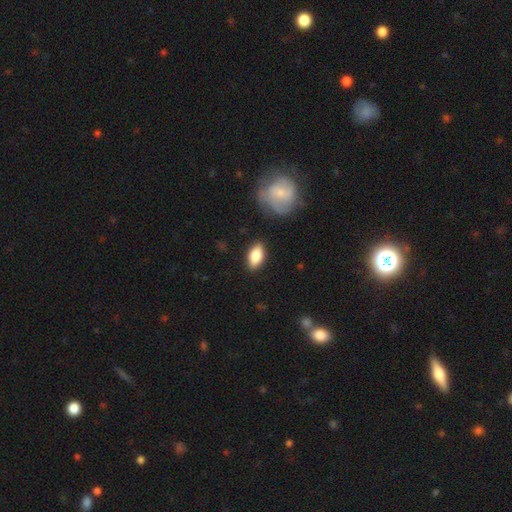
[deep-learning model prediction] The model was most divided on "smooth or featured": smooth: 80%, featured or disk: 13%, star or artifact: 6%. More confident: how rounded — in between (89%); merging — none (86%).